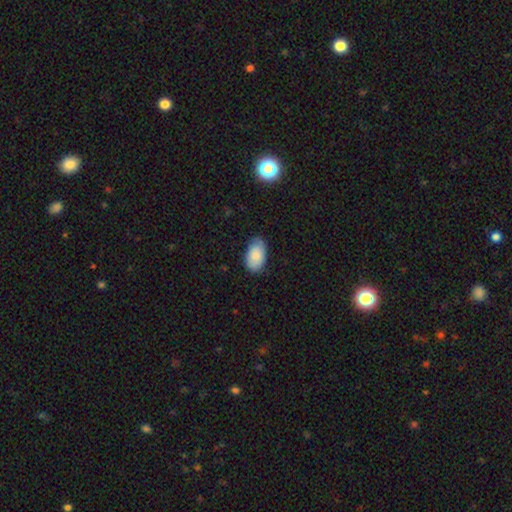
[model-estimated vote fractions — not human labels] Smooth or featured? smooth (81%)
How rounded? in between (94%)
Merging? none (78%)